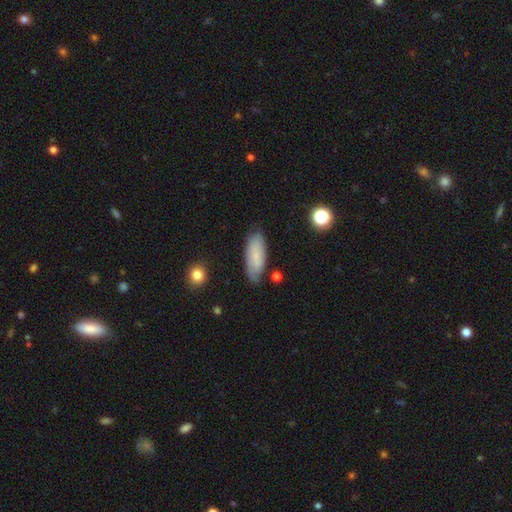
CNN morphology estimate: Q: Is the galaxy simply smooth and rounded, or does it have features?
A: smooth — 70%.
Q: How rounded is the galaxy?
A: in between — 75%.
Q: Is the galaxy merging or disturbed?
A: none — 73%.